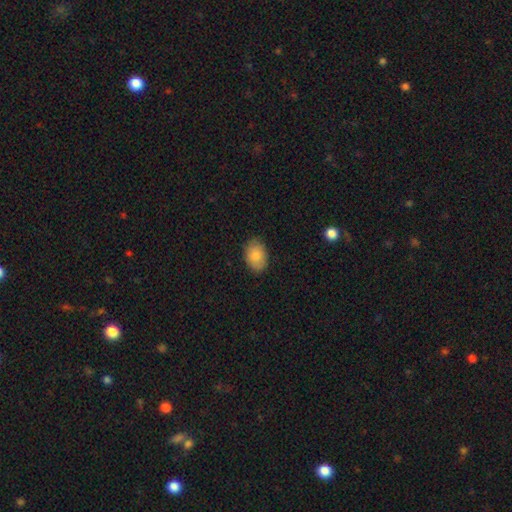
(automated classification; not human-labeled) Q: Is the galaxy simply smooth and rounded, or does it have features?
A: smooth — 84%.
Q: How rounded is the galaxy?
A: in between — 79%.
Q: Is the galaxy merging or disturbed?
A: none — 83%.